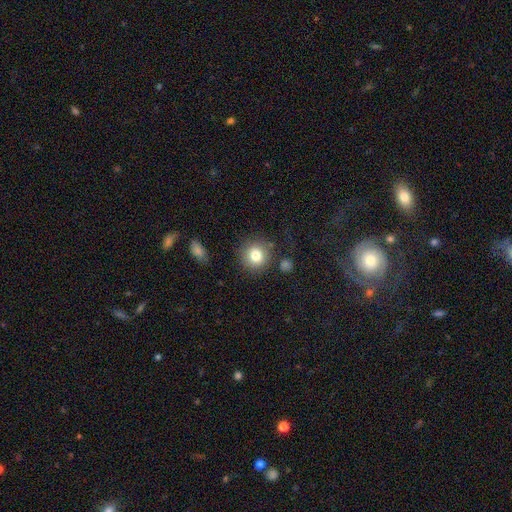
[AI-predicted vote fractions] smooth-or-featured: smooth: 80% | star or artifact: 10% | featured or disk: 10%
  how-rounded: round: 90% | in between: 9% | cigar-shaped: 1%
  merging: none: 83% | minor disturbance: 10% | major disturbance: 4% | merger: 3%